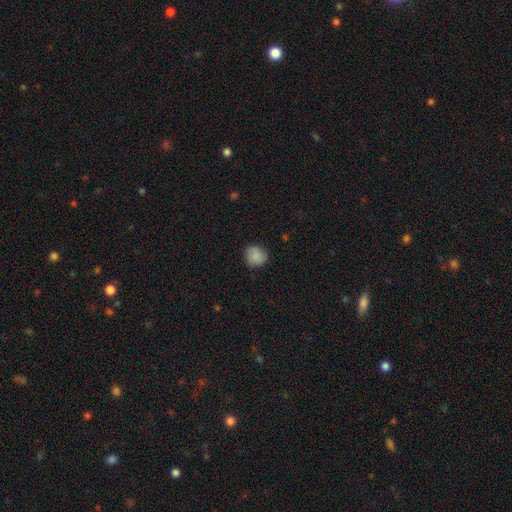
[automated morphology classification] smooth_or_featured: smooth (p=0.86) [alt: star or artifact p=0.08]
how_rounded: round (p=0.85) [alt: in between p=0.14]
merging: none (p=0.84) [alt: minor disturbance p=0.12]